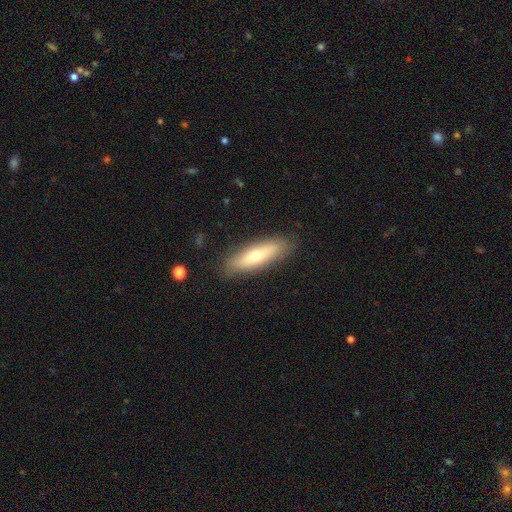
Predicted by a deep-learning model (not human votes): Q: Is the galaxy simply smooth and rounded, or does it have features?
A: smooth — 56%.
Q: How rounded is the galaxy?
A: cigar-shaped — 56%.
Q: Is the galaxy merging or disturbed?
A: none — 86%.